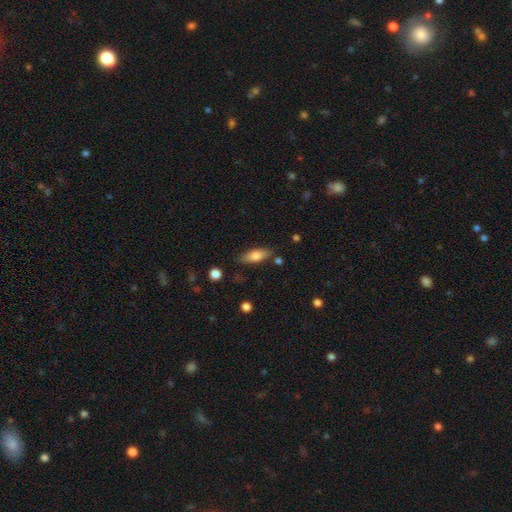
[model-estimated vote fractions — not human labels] Q: Smooth or featured?
A: smooth (75%); runner-up: featured or disk (18%)
Q: How rounded?
A: in between (66%); runner-up: cigar-shaped (31%)
Q: Merging?
A: none (80%); runner-up: minor disturbance (13%)